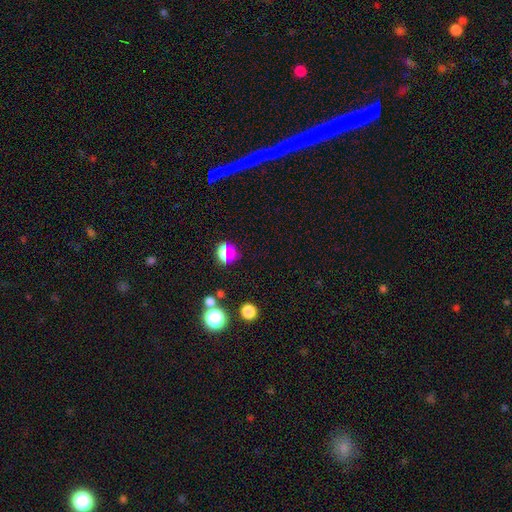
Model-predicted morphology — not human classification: Smooth or featured? Predicted: star or artifact (p=0.60).